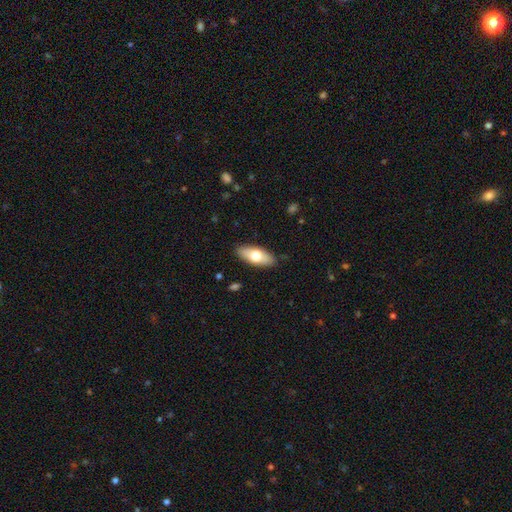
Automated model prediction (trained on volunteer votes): The model was most divided on "smooth or featured": smooth: 68%, featured or disk: 26%, star or artifact: 6%. More confident: merging — none (88%); how rounded — in between (81%).